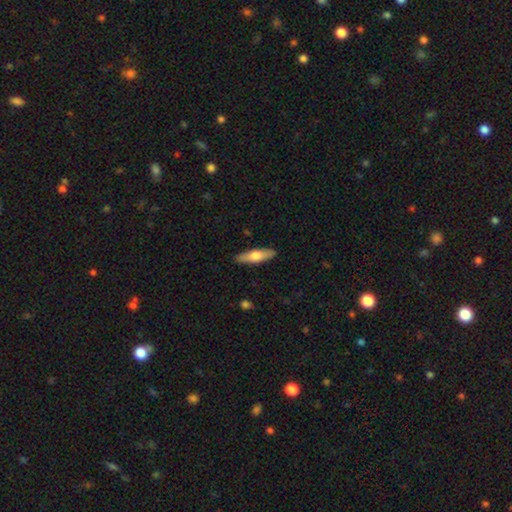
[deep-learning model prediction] Smooth or featured: smooth — 64% (featured or disk — 31%)
How rounded: cigar-shaped — 60% (in between — 37%)
Merging: none — 89% (minor disturbance — 9%)